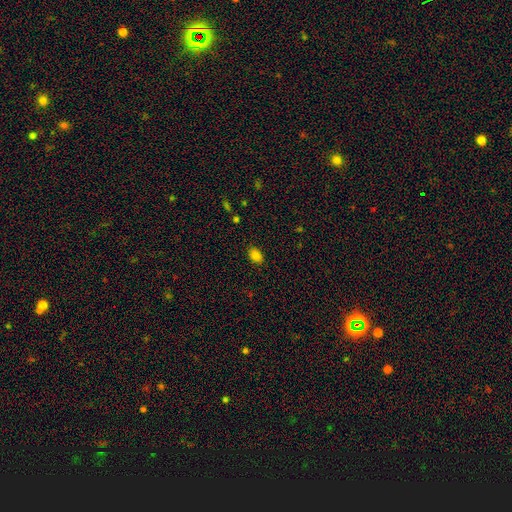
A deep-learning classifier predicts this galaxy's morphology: smooth 83%, star or artifact 12%, featured or disk 5%. Down the decision tree: how rounded — in between (81%); merging — none (86%).